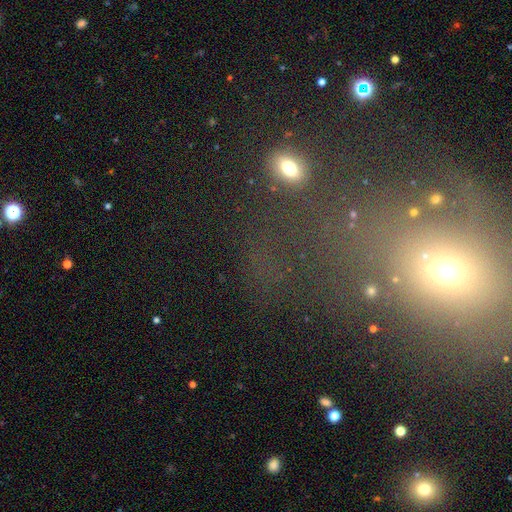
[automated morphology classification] star or artifact 46%, smooth 39%, featured or disk 15%.